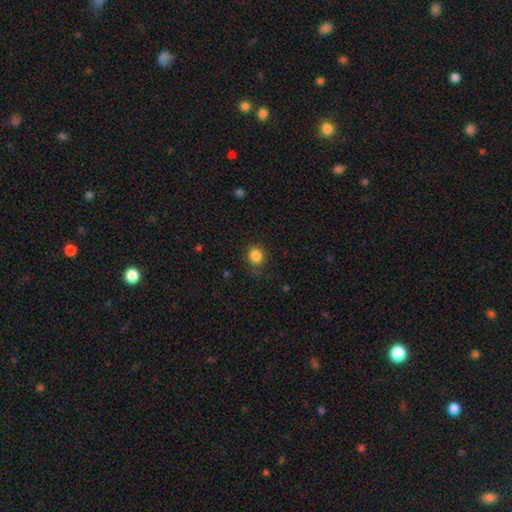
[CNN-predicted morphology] Overall: smooth (85%). How rounded: round (85%). Merging: none (82%).